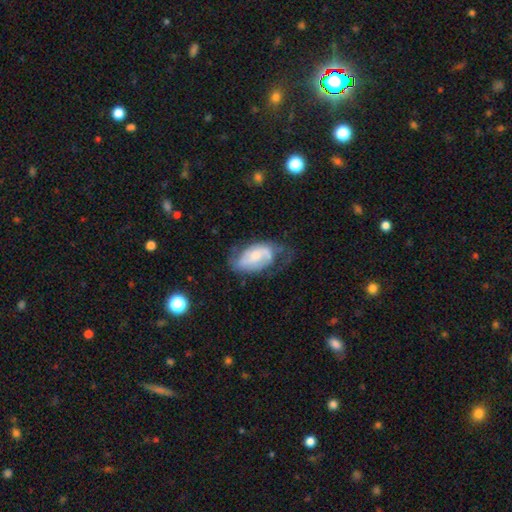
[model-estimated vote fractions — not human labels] Smooth or featured? Predicted: featured or disk (p=0.68). Edge-on disk? Predicted: no (p=0.95). Bar? Predicted: no (p=0.48). Spiral arms? Predicted: yes (p=0.87). Spiral winding? Predicted: medium (p=0.42). Spiral arm count? Predicted: 2 (p=0.63). Bulge size? Predicted: small (p=0.45). Merging? Predicted: none (p=0.48).